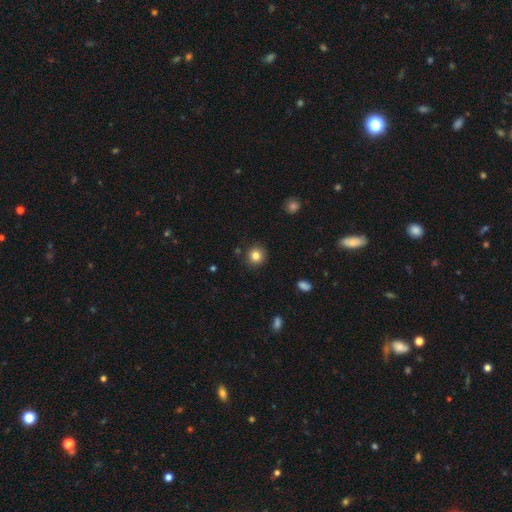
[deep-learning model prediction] smooth-or-featured: smooth: 83% | star or artifact: 11% | featured or disk: 6%
  how-rounded: round: 92% | in between: 7% | cigar-shaped: 1%
  merging: none: 89% | minor disturbance: 7% | major disturbance: 2% | merger: 2%